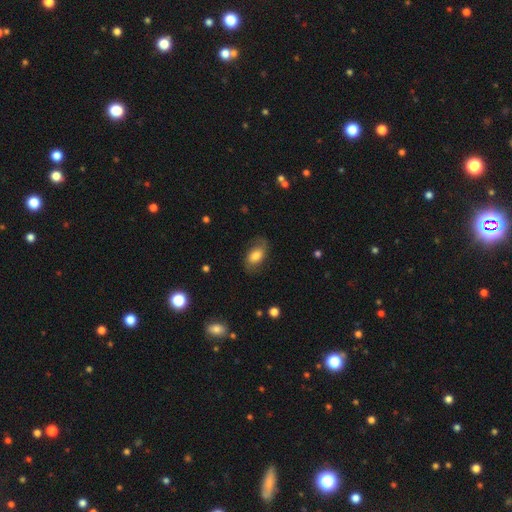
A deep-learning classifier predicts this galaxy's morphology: A smooth galaxy with no disk features (55%) that is in between round and cigar-shaped (87%).

Vote fractions:
- Smooth or featured? smooth: 55% / featured or disk: 37% / star or artifact: 8%
- How rounded? in between: 87% / round: 11% / cigar-shaped: 3%
- Merging? none: 73% / minor disturbance: 18% / major disturbance: 8% / merger: 1%